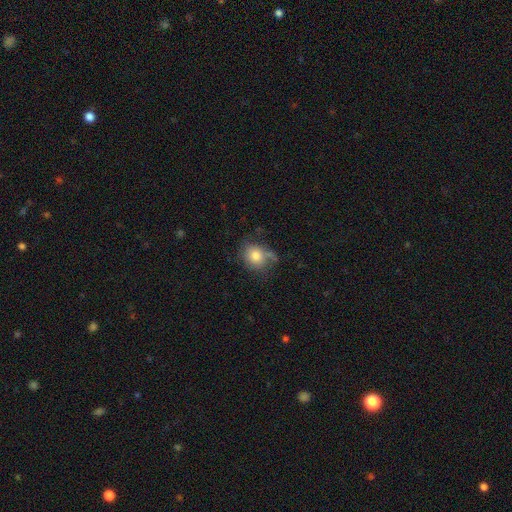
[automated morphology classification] A smooth galaxy with no disk features (78%) that is round (68%). Merging: none (58%).